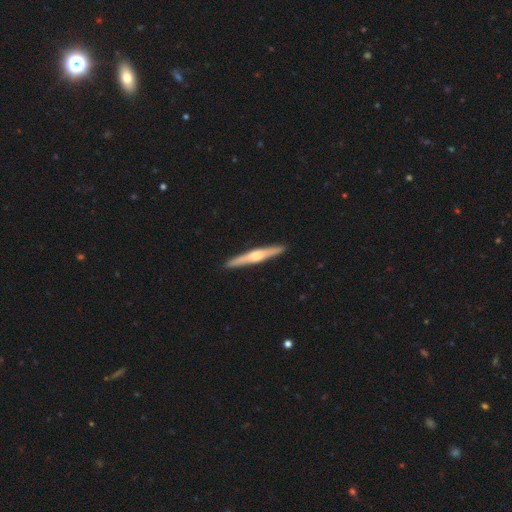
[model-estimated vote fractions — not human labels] This appears to be a featured or disk galaxy (67%) viewed edge-on (98%) with a rounded central bulge (75%). Merging: none (92%).